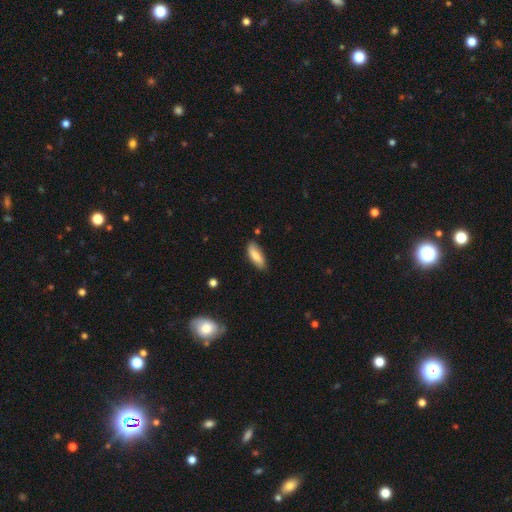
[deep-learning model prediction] smooth_or_featured: smooth (p=0.79) [alt: featured or disk p=0.15]
how_rounded: in between (p=0.67) [alt: cigar-shaped p=0.31]
merging: none (p=0.79) [alt: minor disturbance p=0.16]